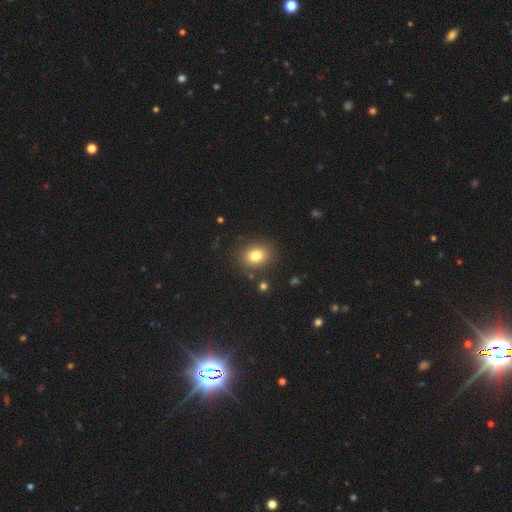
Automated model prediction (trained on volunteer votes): Smooth or featured: smooth — 79% (star or artifact — 12%)
How rounded: round — 55% (in between — 44%)
Merging: none — 85% (minor disturbance — 9%)